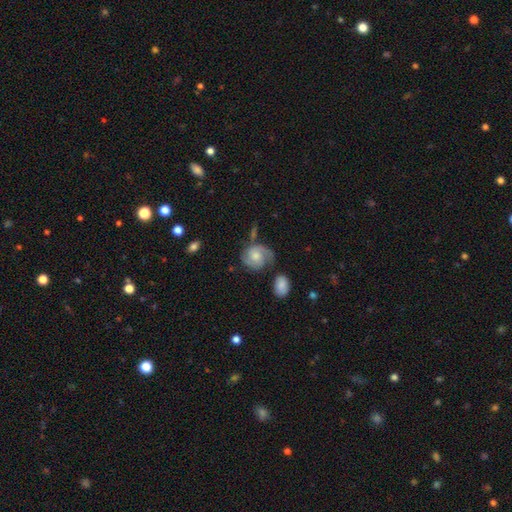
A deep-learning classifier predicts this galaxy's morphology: Overall: featured or disk (71%). Edge-on disk: no (98%). Bar: no (66%; weak 29%). Spiral arms: yes (93%). Spiral arm count: 2 (81%). Spiral winding: medium (46%; tight 39%). Bulge size: moderate (53%; small 27%). Merging: none (57%; minor disturbance 23%).